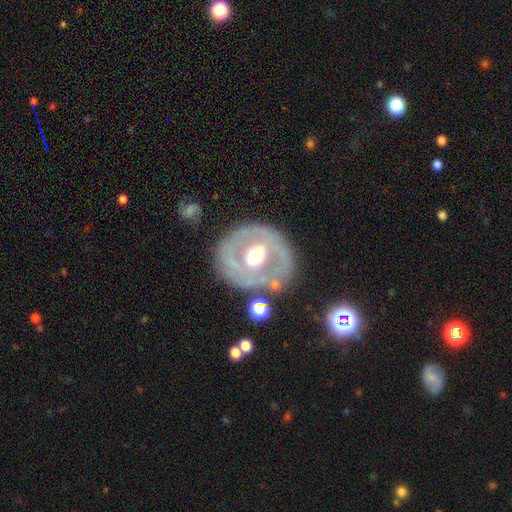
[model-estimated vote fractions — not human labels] Smooth or featured?
  - featured or disk: 71% *
  - smooth: 23%
  - star or artifact: 6%
Edge-on disk?
  - no: 94% *
  - yes: 6%
Bar?
  - no: 40% *
  - weak: 36%
  - strong: 24%
Spiral arms?
  - no: 66% *
  - yes: 34%
Bulge size?
  - moderate: 71% *
  - large: 18%
  - small: 9%
  - dominant: 2%
  - none: 1%
Merging?
  - none: 72% *
  - minor disturbance: 16%
  - major disturbance: 8%
  - merger: 4%